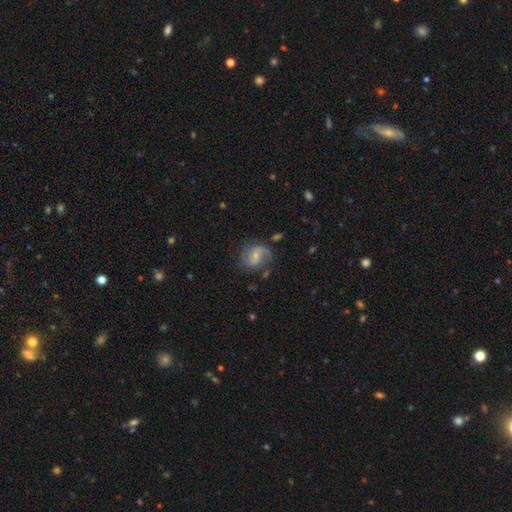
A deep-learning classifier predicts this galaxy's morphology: smooth-or-featured: featured or disk: 70% | smooth: 23% | star or artifact: 7%
  disk-edge-on: no: 98% | yes: 2%
    bar: weak: 46% | no: 40% | strong: 14%
    has-spiral-arms: yes: 91% | no: 9%
      spiral-winding: loose: 42% (tied) | medium: 42% (tied) | tight: 16%
      spiral-arm-count: 2: 66% | 1: 17% | can't tell: 10% | 3: 4% | 4: 2% | more than 4: 1%
    bulge-size: small: 60% | moderate: 29% | none: 8% | large: 2% | dominant: 1%
  merging: none: 60% | minor disturbance: 22% | major disturbance: 15% | merger: 3%